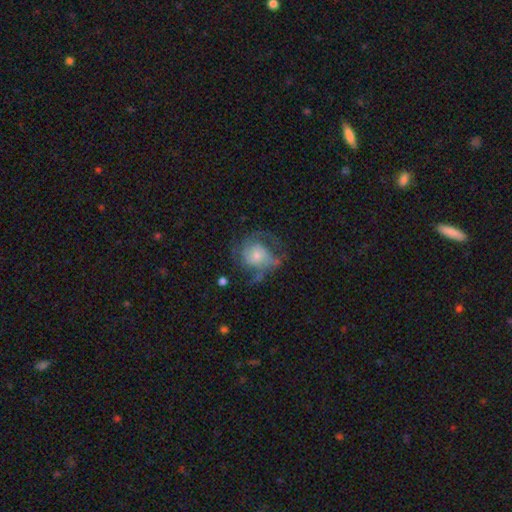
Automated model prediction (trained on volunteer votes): Overall: featured or disk (69%). Edge-on disk: no (97%). Bar: no (74%). Spiral arms: yes (84%). Spiral arm count: can't tell (31%; 2 30%). Spiral winding: medium (43%; tight 39%). Bulge size: small (46%; moderate 41%). Merging: none (55%; major disturbance 22%).